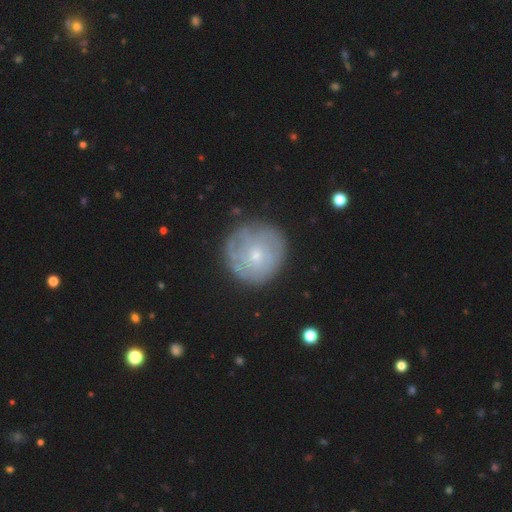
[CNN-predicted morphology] Q: Smooth or featured?
A: featured or disk (59%); runner-up: smooth (34%)
Q: Edge-on disk?
A: no (97%); runner-up: yes (3%)
Q: Bar?
A: no (81%); runner-up: weak (16%)
Q: Spiral arms?
A: yes (71%); runner-up: no (29%)
Q: Bulge size?
A: small (74%); runner-up: moderate (22%)
Q: Merging?
A: none (78%); runner-up: minor disturbance (15%)